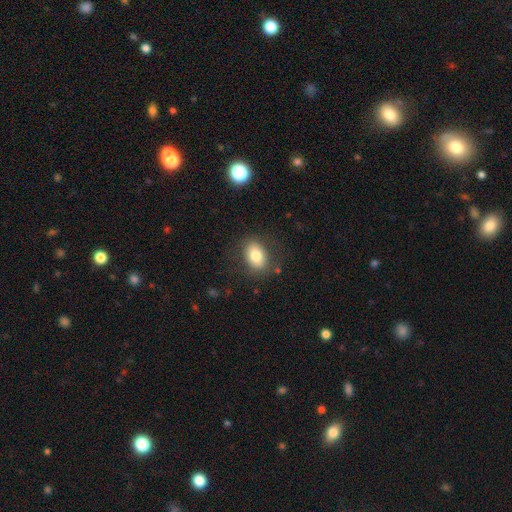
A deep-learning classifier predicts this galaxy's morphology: Smooth or featured: smooth — 78% (featured or disk — 13%)
How rounded: in between — 81% (round — 18%)
Merging: none — 80% (minor disturbance — 13%)